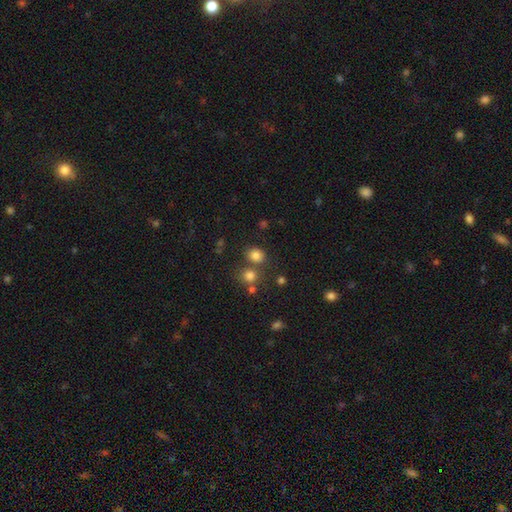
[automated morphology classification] This is likely a smooth galaxy (79%). How rounded: likely round (76%). Merging: likely none (71%).